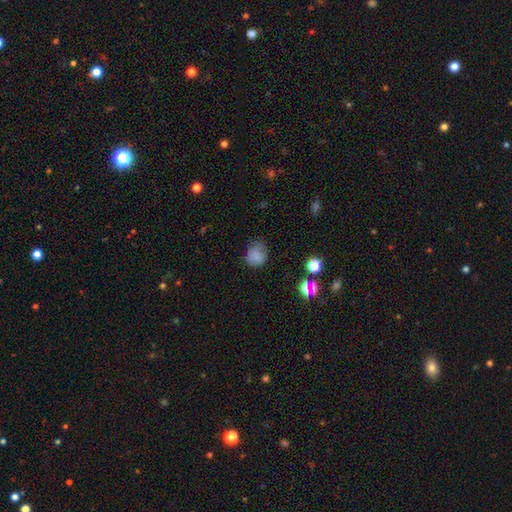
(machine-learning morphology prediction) smooth 78%, star or artifact 14%, featured or disk 8%. Down the decision tree: how rounded — round (67%); merging — none (66%).